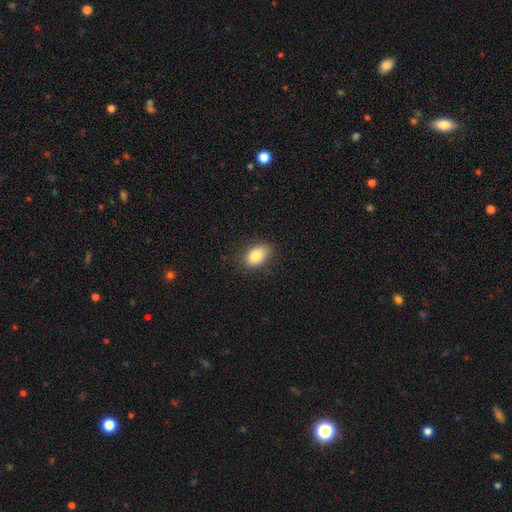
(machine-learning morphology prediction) type=smooth (84%); roundness=in between (85%); merging=none (81%).